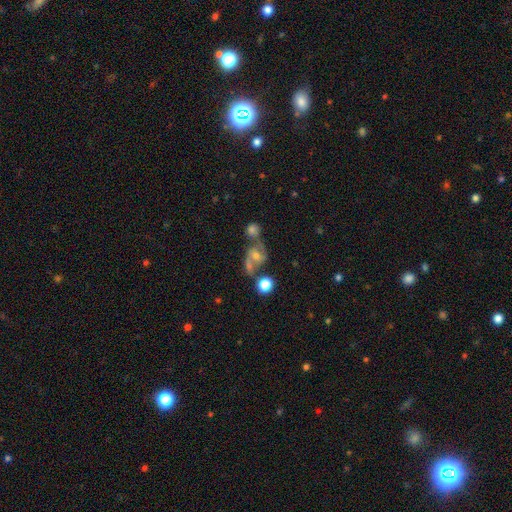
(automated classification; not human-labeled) A featured or disk galaxy (64%) with no bar (46%), 2 (86%) medium (44%) spiral arms (86%) and a moderate central bulge (53%). Merging: none (41%).